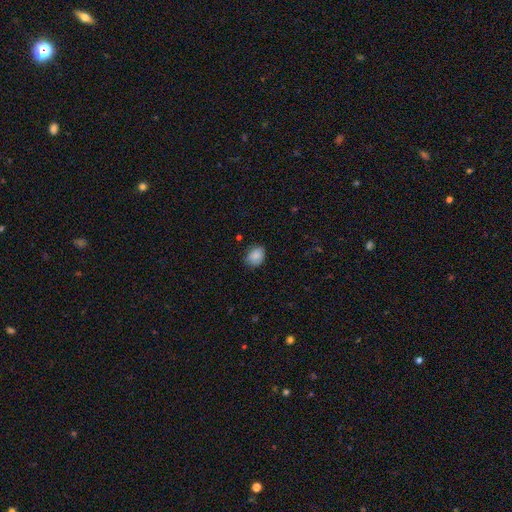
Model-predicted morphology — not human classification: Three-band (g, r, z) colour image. It shows a smooth galaxy with no disk features (86%) that is in between round and cigar-shaped (59%). Merging: none (79%).